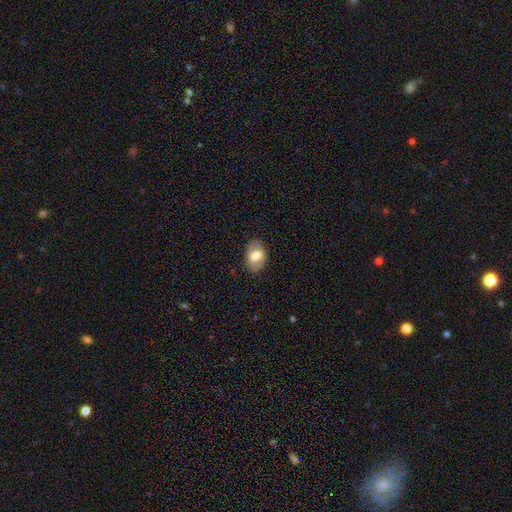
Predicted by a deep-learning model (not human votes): Morphology: type=smooth (65%); roundness=in between (85%); merging=none (80%).